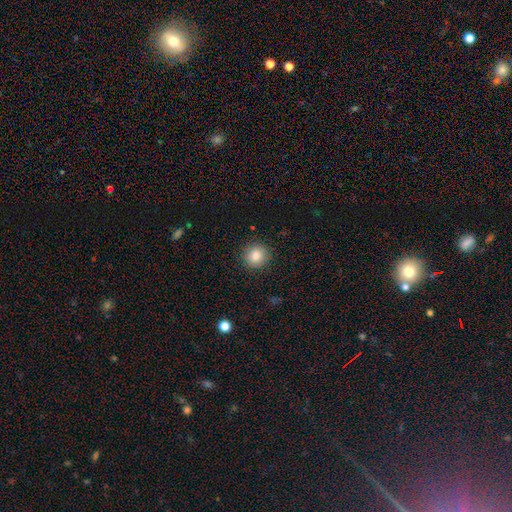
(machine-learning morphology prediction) smooth_or_featured: smooth (p=0.85) [alt: star or artifact p=0.10]
how_rounded: round (p=0.91) [alt: in between p=0.08]
merging: none (p=0.90) [alt: minor disturbance p=0.07]